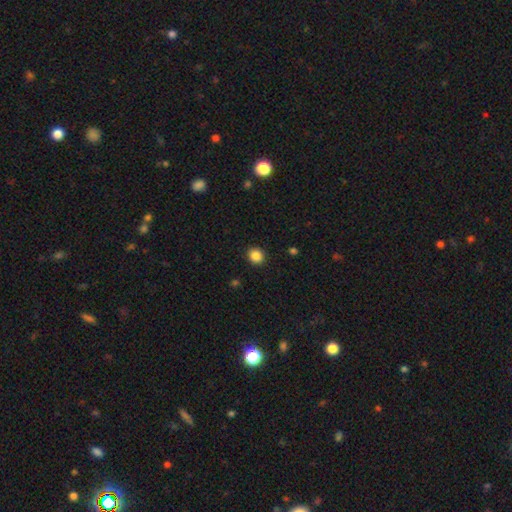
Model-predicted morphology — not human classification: A smooth galaxy with no disk features (86%) that is round (82%).

Vote fractions:
- Smooth or featured? smooth: 86% / star or artifact: 11% / featured or disk: 4%
- How rounded? round: 82% / in between: 17% / cigar-shaped: 1%
- Merging? none: 91% / minor disturbance: 6% / major disturbance: 2% / merger: 1%